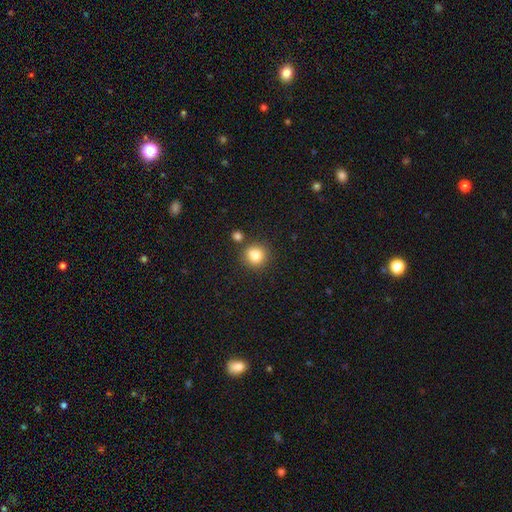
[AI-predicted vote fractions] The model was most divided on "merging": none: 72%, merger: 13%, minor disturbance: 11%, major disturbance: 3%. More confident: how rounded — round (85%); smooth or featured — smooth (83%).